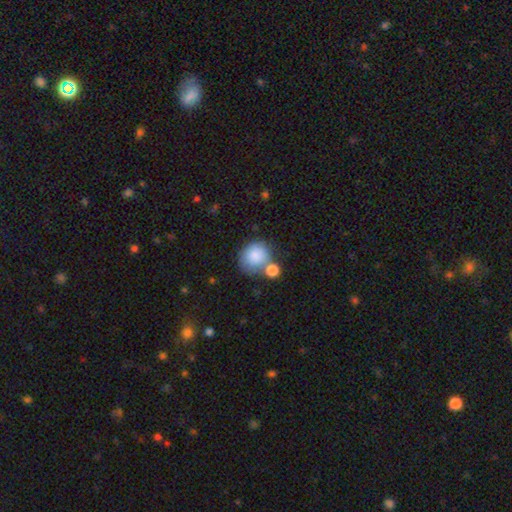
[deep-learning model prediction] Smooth or featured? smooth (83%)
How rounded? round (78%)
Merging? none (47%)